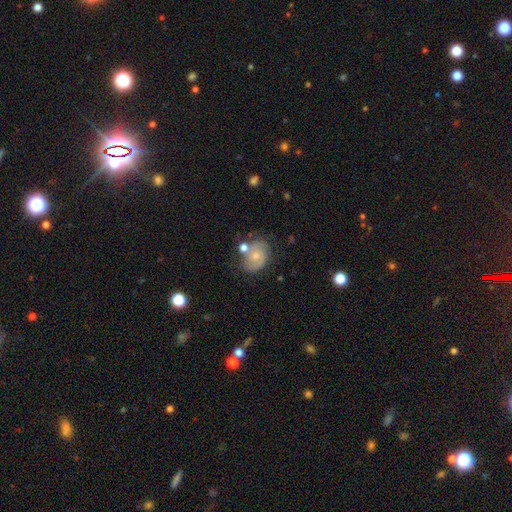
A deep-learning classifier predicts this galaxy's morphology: A featured or disk galaxy (55%) with no bar (74%), spiral arms (82%) and a small central bulge (59%). Merging: none (56%).